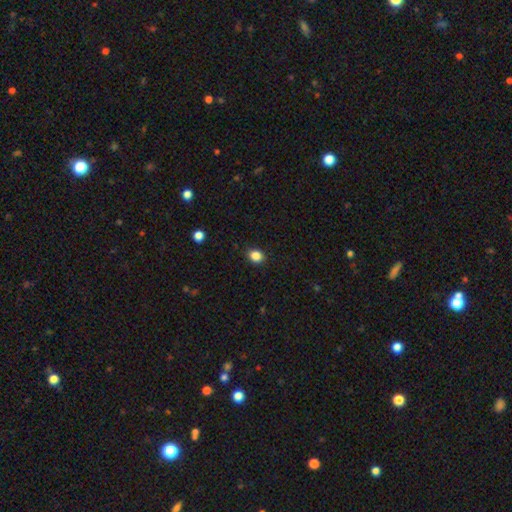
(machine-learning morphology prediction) Overall: smooth (86%). How rounded: round (60%; in between 39%). Merging: none (89%).